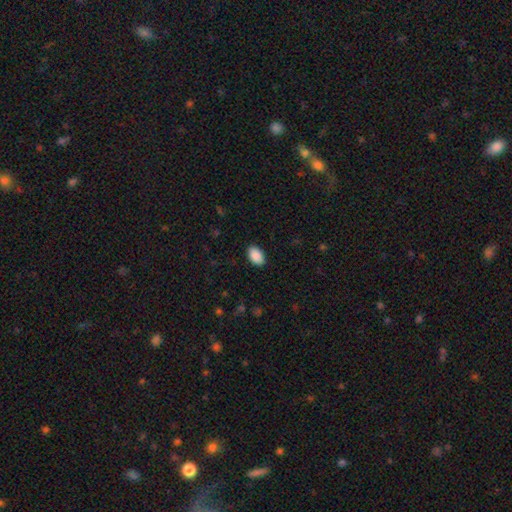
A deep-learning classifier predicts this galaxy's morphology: smooth-or-featured: smooth: 90% | star or artifact: 7% | featured or disk: 3%
  how-rounded: in between: 92% | round: 7% | cigar-shaped: 1%
  merging: none: 89% | minor disturbance: 8% | major disturbance: 2% | merger: 1%